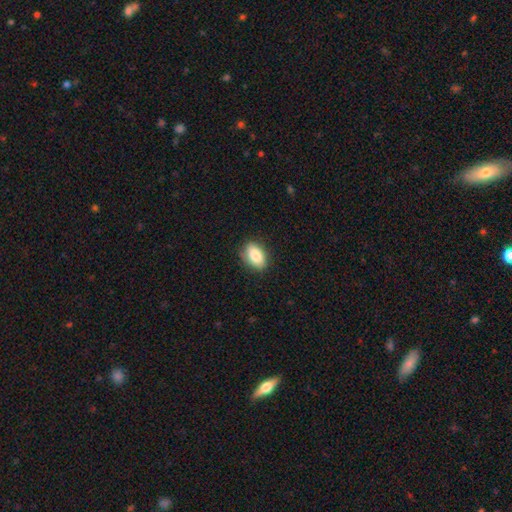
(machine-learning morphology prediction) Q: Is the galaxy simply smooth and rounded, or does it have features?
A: smooth — 85%.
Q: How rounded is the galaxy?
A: in between — 88%.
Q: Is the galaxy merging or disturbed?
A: none — 83%.